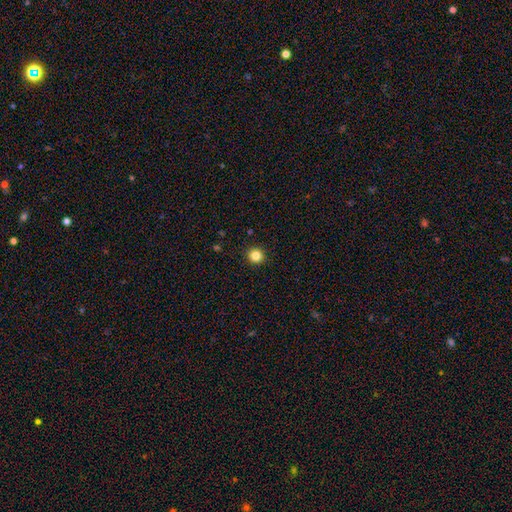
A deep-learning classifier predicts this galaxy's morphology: This appears to be a smooth galaxy with no disk features (84%) that is round (94%). Merging: none (93%).